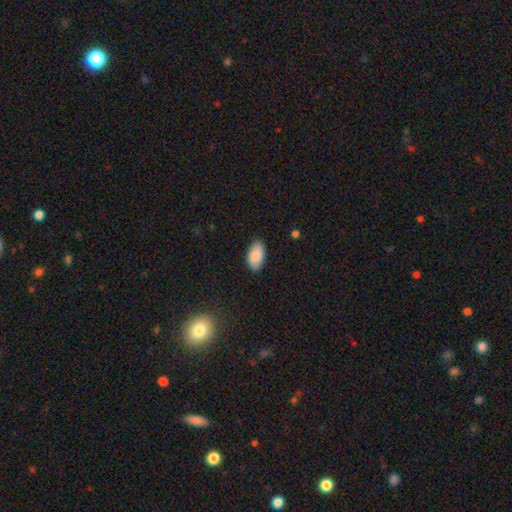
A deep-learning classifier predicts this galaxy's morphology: smooth-or-featured: smooth: 87% | star or artifact: 6% | featured or disk: 6%
  how-rounded: in between: 95% | round: 3% | cigar-shaped: 2%
  merging: none: 84% | minor disturbance: 12% | major disturbance: 2% | merger: 1%